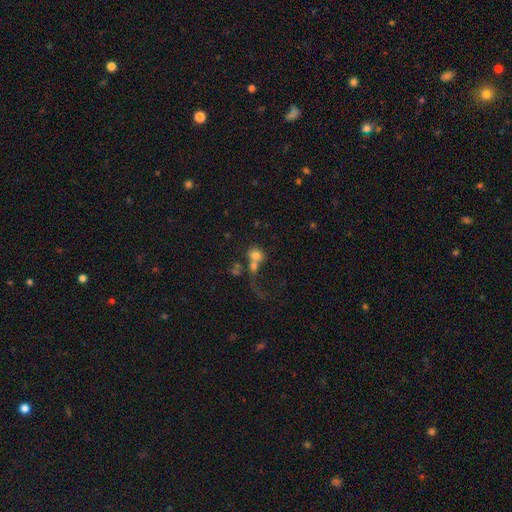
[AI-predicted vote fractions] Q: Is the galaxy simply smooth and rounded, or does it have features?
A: smooth — 69%.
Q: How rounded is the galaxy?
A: round — 63%.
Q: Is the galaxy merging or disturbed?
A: merger — 55%.